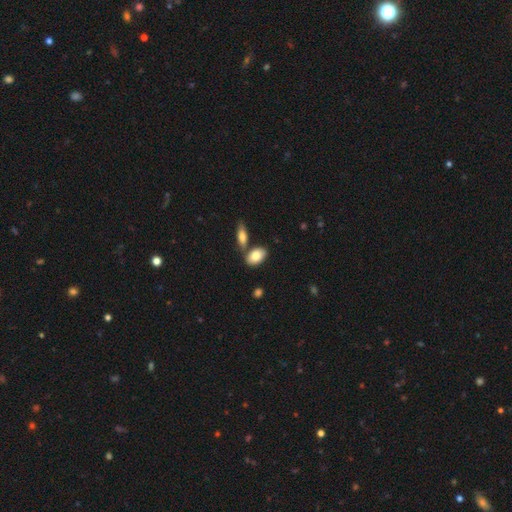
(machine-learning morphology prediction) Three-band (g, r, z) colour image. It shows a smooth galaxy with no disk features (84%) that is in between round and cigar-shaped (91%). Merging: none (64%).